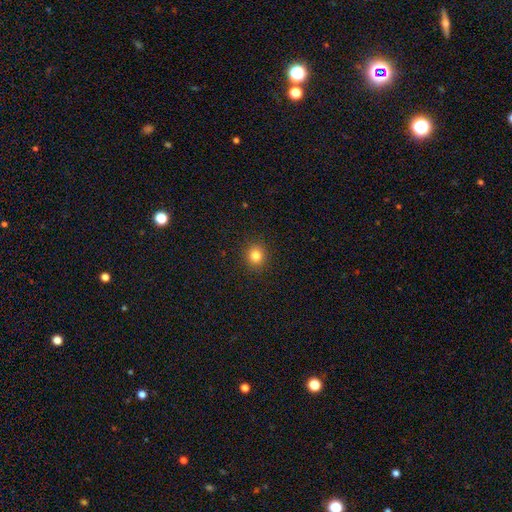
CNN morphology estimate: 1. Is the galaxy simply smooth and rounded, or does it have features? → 82% smooth, 12% star or artifact, 6% featured or disk.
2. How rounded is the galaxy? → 87% round, 12% in between, 1% cigar-shaped.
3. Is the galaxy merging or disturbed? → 91% none, 6% minor disturbance, 2% major disturbance, 1% merger.